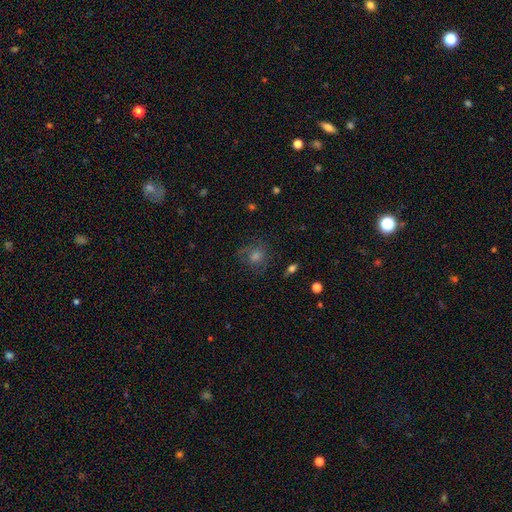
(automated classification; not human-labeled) Q: Smooth or featured?
A: smooth (46%); runner-up: featured or disk (28%)
Q: Merging?
A: none (72%); runner-up: minor disturbance (16%)